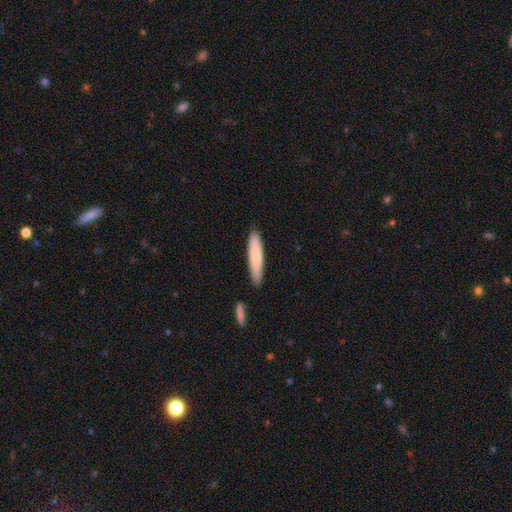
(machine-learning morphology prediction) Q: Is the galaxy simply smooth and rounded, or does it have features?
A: smooth — 78%.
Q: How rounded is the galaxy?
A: cigar-shaped — 87%.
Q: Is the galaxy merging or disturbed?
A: none — 84%.